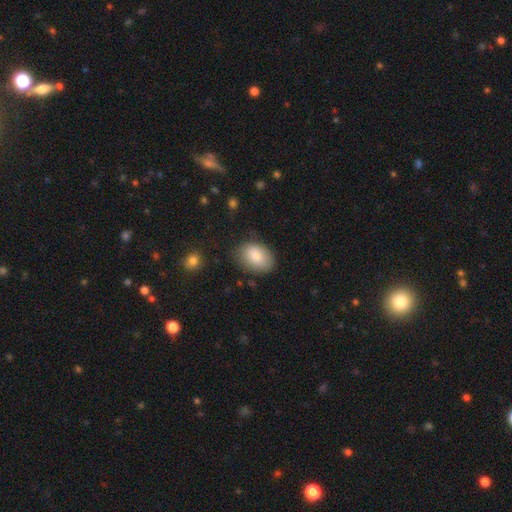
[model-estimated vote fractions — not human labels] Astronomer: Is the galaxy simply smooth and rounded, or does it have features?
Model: smooth — 84%.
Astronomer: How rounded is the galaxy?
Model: in between — 82%.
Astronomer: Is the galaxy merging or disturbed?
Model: none — 79%.